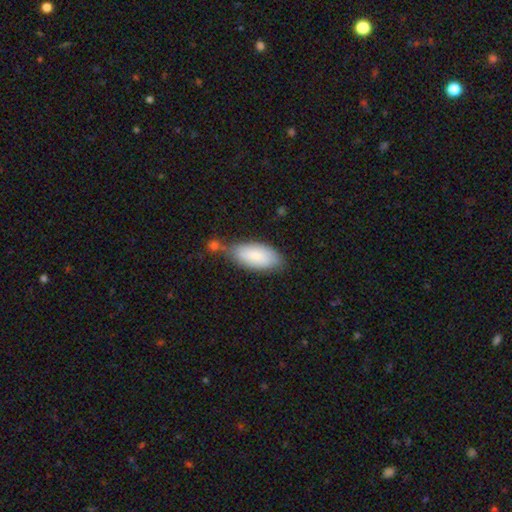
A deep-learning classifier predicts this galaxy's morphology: The model was most divided on "merging": none: 59%, minor disturbance: 23%, merger: 12%, major disturbance: 5%. More confident: how rounded — in between (89%); smooth or featured — smooth (82%).